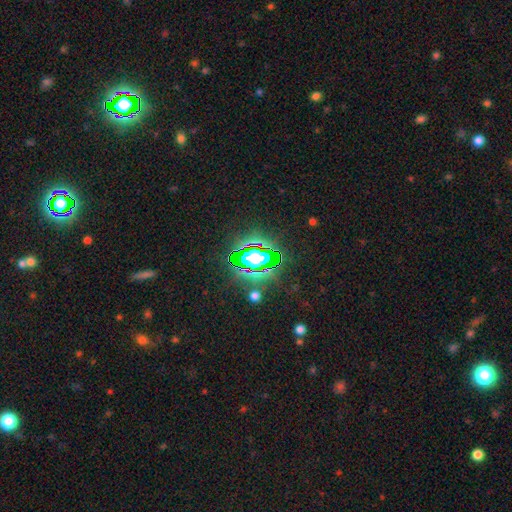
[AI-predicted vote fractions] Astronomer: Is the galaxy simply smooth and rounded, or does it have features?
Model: star or artifact — 71%.